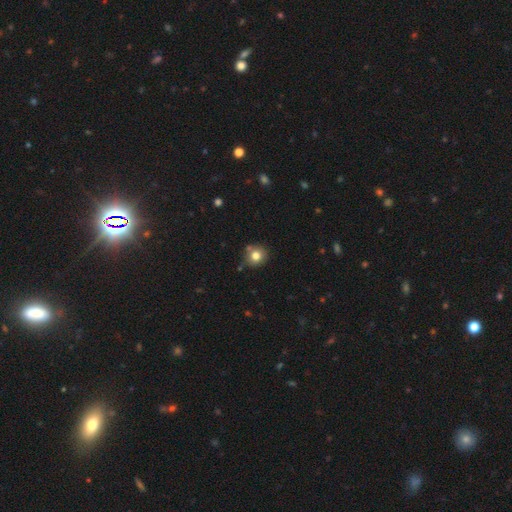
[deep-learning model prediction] Smooth or featured? smooth (79%)
How rounded? round (87%)
Merging? none (77%)